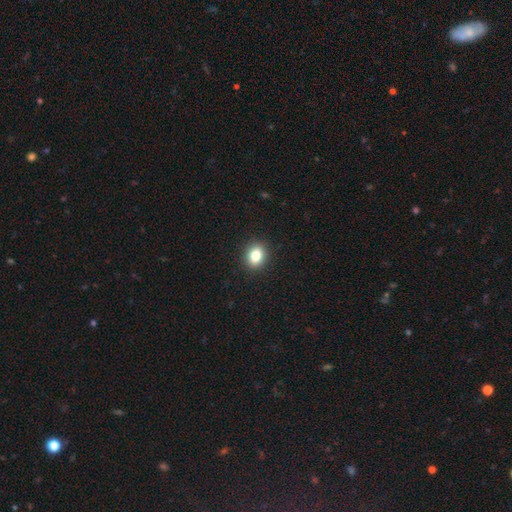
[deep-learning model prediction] This is clearly a smooth galaxy (82%). How rounded: possibly round (53%). Merging: clearly none (91%).